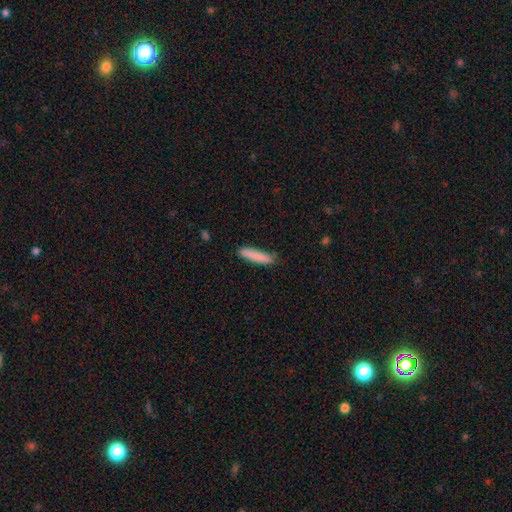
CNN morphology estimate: smooth_or_featured: smooth (p=0.86) [alt: featured or disk p=0.08]
how_rounded: cigar-shaped (p=0.85) [alt: in between p=0.14]
merging: none (p=0.82) [alt: minor disturbance p=0.14]